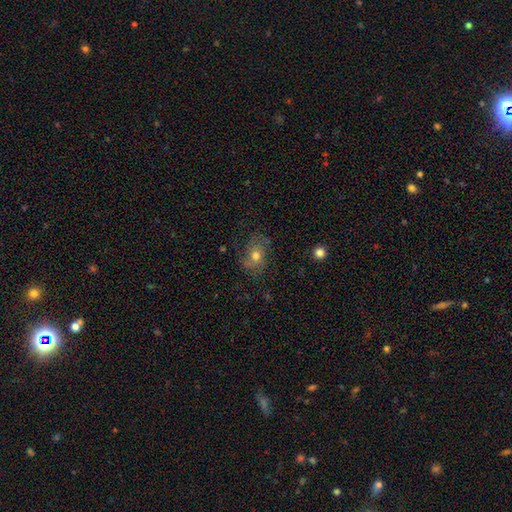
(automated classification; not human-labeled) Smooth or featured: featured or disk — 55% (smooth — 31%)
Edge-on disk: no — 95% (yes — 5%)
Bar: no — 79% (weak — 17%)
Spiral arms: yes — 80% (no — 20%)
Bulge size: moderate — 70% (small — 18%)
Merging: none — 66% (minor disturbance — 21%)